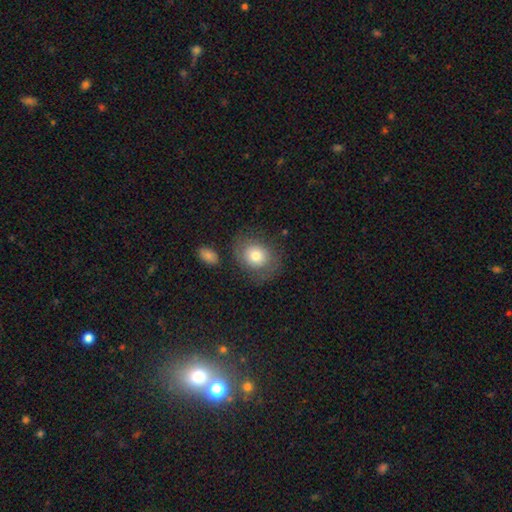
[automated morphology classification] Overall: smooth (69%). How rounded: round (59%; in between 40%). Merging: none (68%).